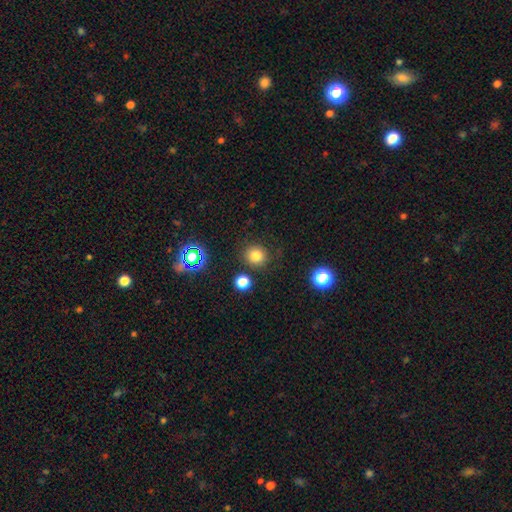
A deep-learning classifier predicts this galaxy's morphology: Smooth or featured? Predicted: smooth (p=0.80). How rounded? Predicted: round (p=0.90). Merging? Predicted: none (p=0.84).